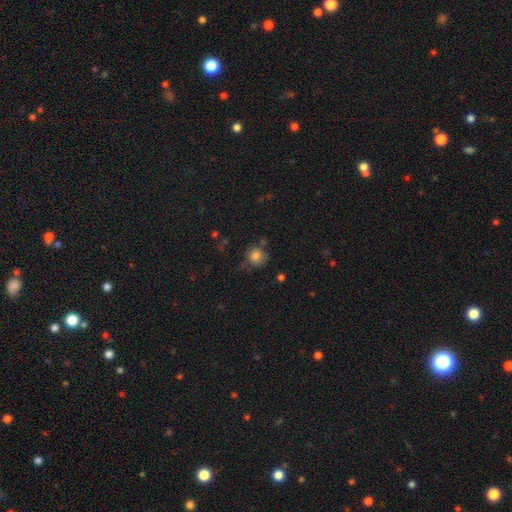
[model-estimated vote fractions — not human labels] smooth_or_featured: smooth (p=0.82) [alt: star or artifact p=0.11]
how_rounded: round (p=0.85) [alt: in between p=0.14]
merging: none (p=0.65) [alt: minor disturbance p=0.21]